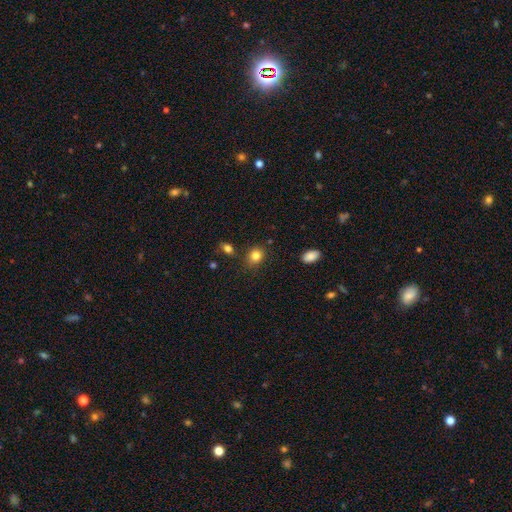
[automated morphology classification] The model was most divided on "how rounded": round: 57%, in between: 42%, cigar-shaped: 1%. More confident: smooth or featured — smooth (83%); merging — none (81%).